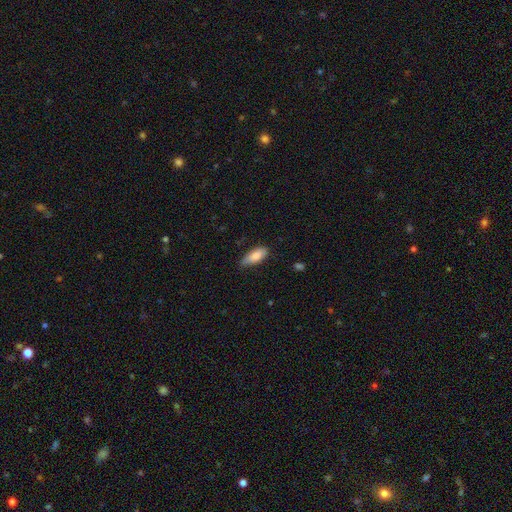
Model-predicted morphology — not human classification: Smooth or featured: smooth — 85% (featured or disk — 9%)
How rounded: in between — 75% (cigar-shaped — 23%)
Merging: none — 68% (minor disturbance — 27%)